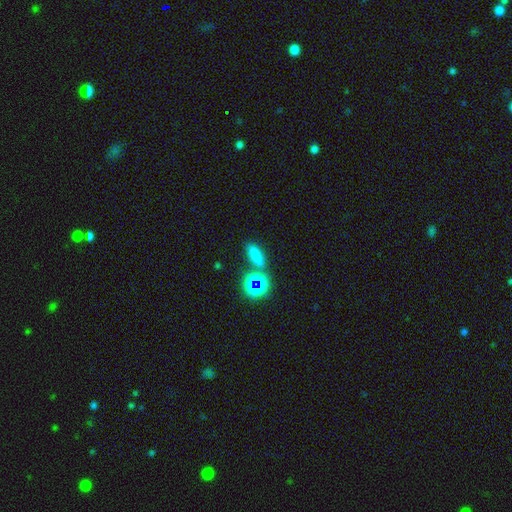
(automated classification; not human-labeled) A smooth galaxy with no disk features (71%) that is in between round and cigar-shaped (64%). Merging: none (74%).